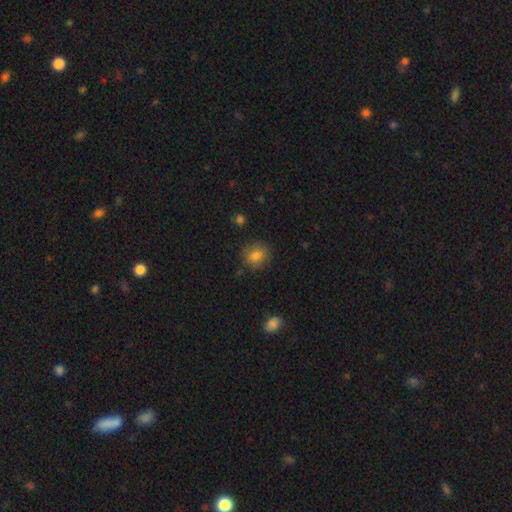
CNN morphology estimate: This is clearly a smooth galaxy (81%). How rounded: likely round (74%). Merging: clearly none (82%).